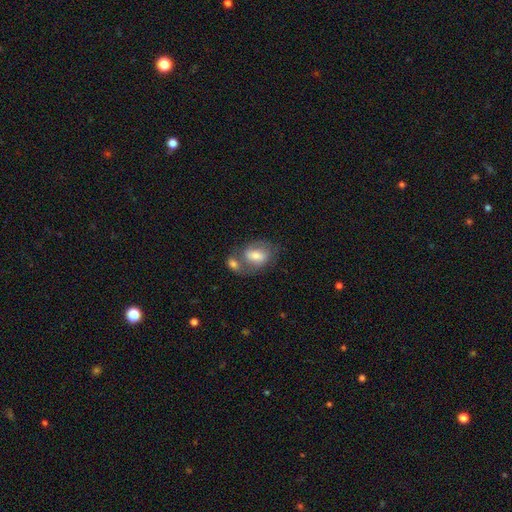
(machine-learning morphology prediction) smooth_or_featured: smooth (p=0.58) [alt: featured or disk p=0.32]
how_rounded: in between (p=0.78) [alt: round p=0.20]
merging: merger (p=0.45) [alt: none p=0.36]